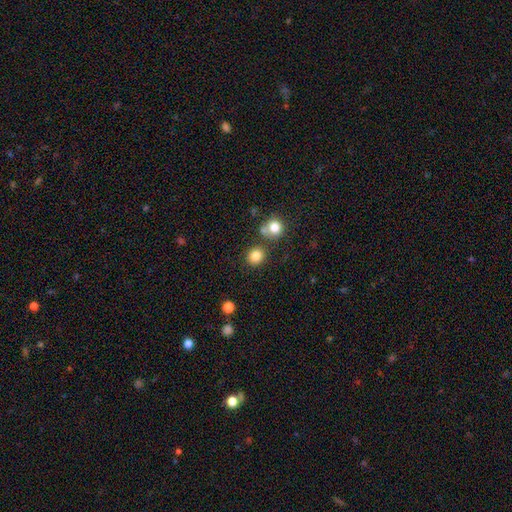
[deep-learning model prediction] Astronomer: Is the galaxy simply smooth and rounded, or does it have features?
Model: smooth — 83%.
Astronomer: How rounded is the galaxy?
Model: round — 84%.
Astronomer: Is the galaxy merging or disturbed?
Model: none — 78%.